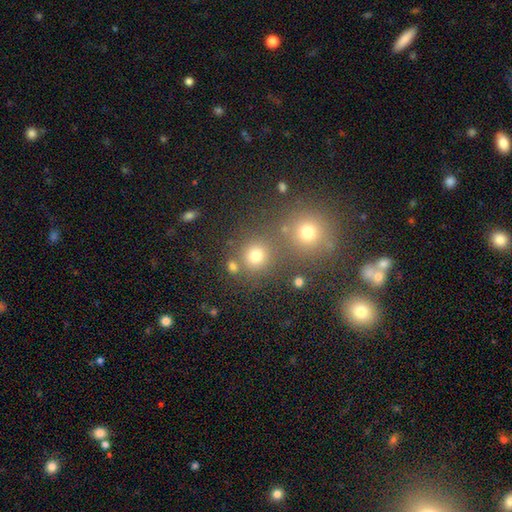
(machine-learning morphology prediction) Q: Smooth or featured?
A: smooth (76%); runner-up: star or artifact (18%)
Q: How rounded?
A: round (88%); runner-up: in between (11%)
Q: Merging?
A: none (68%); runner-up: merger (21%)